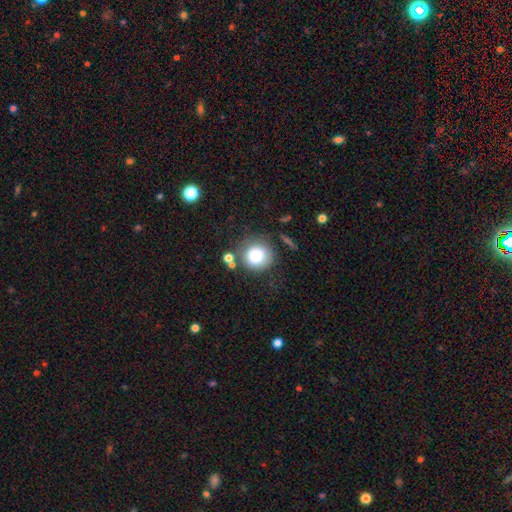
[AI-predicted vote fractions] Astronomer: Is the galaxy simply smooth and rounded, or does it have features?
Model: smooth — 81%.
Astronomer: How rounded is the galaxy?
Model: round — 91%.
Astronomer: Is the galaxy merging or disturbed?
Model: none — 70%.